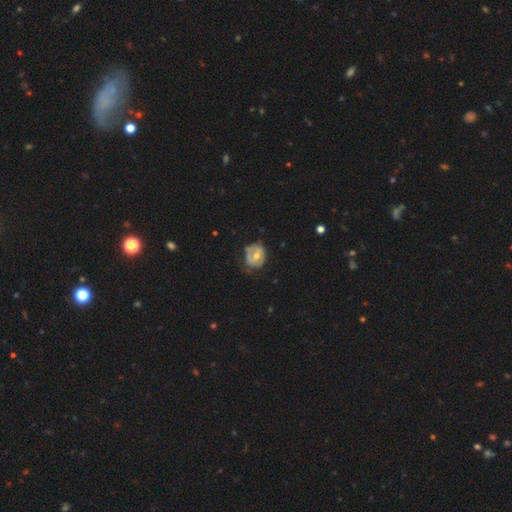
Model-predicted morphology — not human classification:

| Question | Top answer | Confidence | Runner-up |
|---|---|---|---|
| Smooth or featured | featured or disk | 50% | smooth (44%) |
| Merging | none | 48% | minor disturbance (35%) |